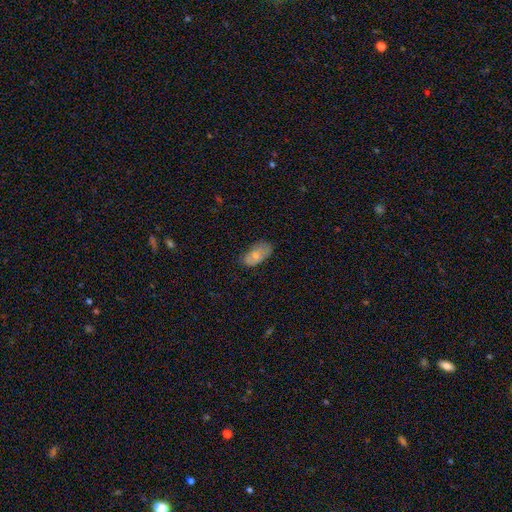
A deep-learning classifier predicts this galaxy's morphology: smooth_or_featured: smooth (p=0.71) [alt: featured or disk p=0.22]
how_rounded: in between (p=0.93) [alt: round p=0.04]
merging: none (p=0.64) [alt: minor disturbance p=0.27]